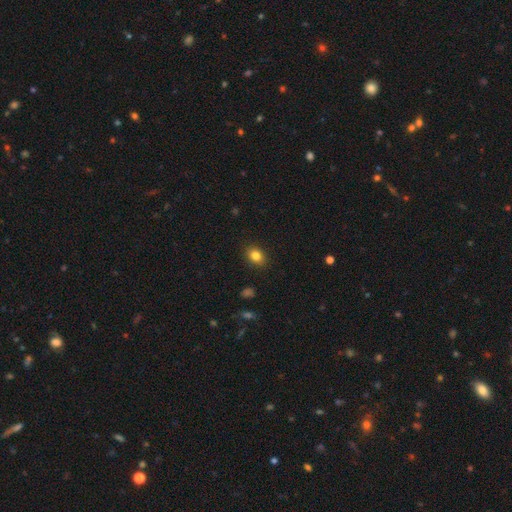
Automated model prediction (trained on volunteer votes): Smooth or featured?
  - smooth: 83% *
  - star or artifact: 10%
  - featured or disk: 6%
How rounded?
  - in between: 60% *
  - round: 39%
  - cigar-shaped: 1%
Merging?
  - none: 89% *
  - minor disturbance: 8%
  - major disturbance: 2%
  - merger: 1%